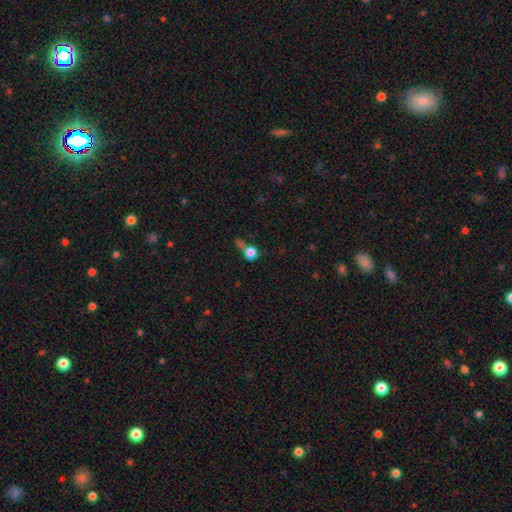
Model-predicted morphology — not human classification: This is likely a smooth galaxy (70%). How rounded: clearly round (86%). Merging: possibly none (52%).